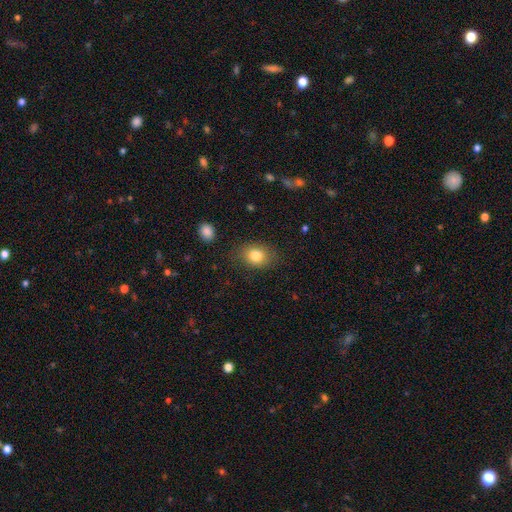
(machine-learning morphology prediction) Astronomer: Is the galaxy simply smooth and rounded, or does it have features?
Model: smooth — 81%.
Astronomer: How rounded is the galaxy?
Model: in between — 59% (runner-up: round, 40%).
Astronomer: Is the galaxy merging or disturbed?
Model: none — 80%.